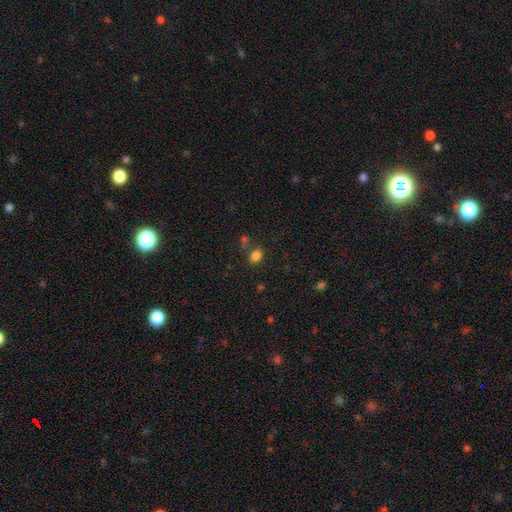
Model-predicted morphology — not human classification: Smooth or featured? smooth (81%)
How rounded? in between (65%)
Merging? none (71%)